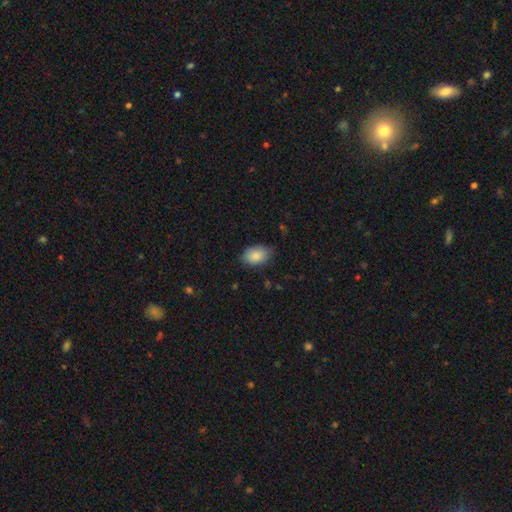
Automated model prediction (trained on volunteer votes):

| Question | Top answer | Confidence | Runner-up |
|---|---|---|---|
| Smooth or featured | smooth | 87% | star or artifact (7%) |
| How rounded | in between | 87% | round (12%) |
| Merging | none | 74% | minor disturbance (21%) |